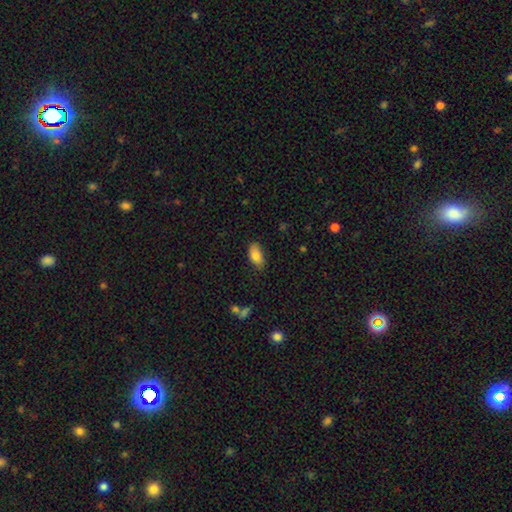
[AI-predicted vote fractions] Smooth or featured? Predicted: smooth (p=0.83). How rounded? Predicted: in between (p=0.91). Merging? Predicted: none (p=0.80).